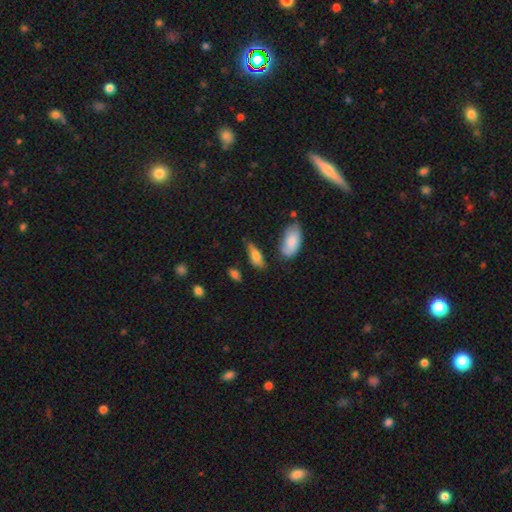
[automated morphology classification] Smooth or featured? Predicted: smooth (p=0.74). How rounded? Predicted: in between (p=0.73). Merging? Predicted: none (p=0.60).